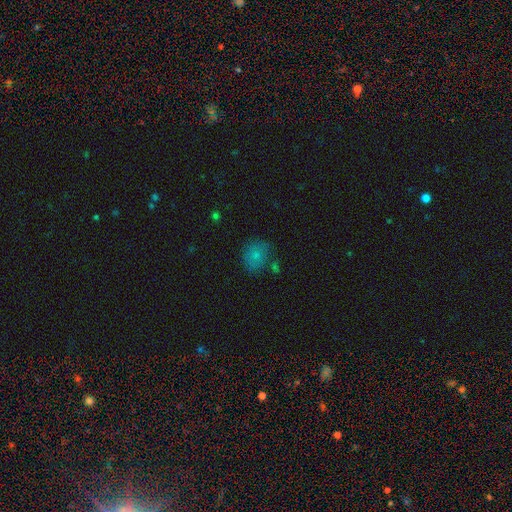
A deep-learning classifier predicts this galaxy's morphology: A smooth galaxy with no disk features (72%) that is round (70%).

Vote fractions:
- Smooth or featured? smooth: 72% / featured or disk: 15% / star or artifact: 13%
- How rounded? round: 70% / in between: 29% / cigar-shaped: 1%
- Merging? none: 65% / minor disturbance: 21% / major disturbance: 7% / merger: 7%